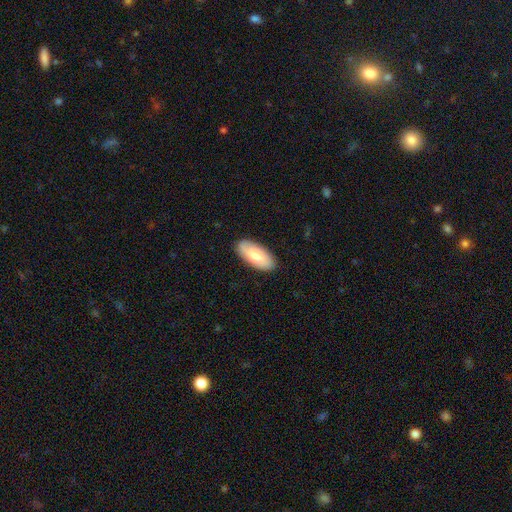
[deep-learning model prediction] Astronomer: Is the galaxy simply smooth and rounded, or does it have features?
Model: smooth — 76%.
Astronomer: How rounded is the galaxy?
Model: in between — 91%.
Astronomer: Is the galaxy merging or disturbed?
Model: none — 87%.